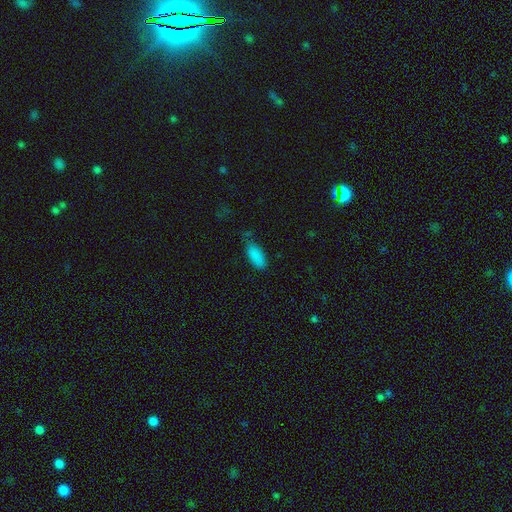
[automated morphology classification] Smooth or featured: smooth — 87% (star or artifact — 8%)
How rounded: in between — 86% (cigar-shaped — 12%)
Merging: none — 63% (minor disturbance — 25%)